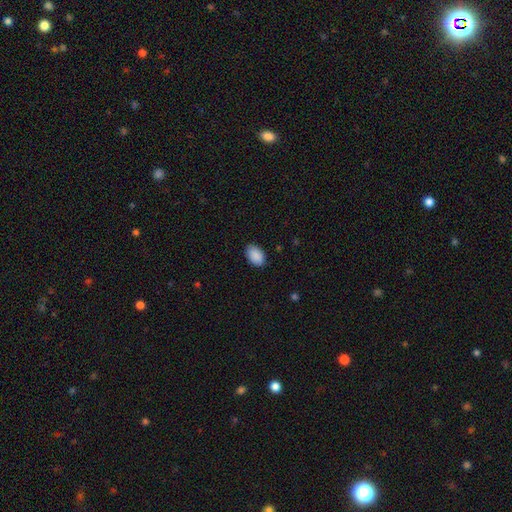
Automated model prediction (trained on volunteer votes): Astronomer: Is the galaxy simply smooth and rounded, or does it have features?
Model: smooth — 90%.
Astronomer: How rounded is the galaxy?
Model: in between — 90%.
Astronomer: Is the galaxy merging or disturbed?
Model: none — 87%.